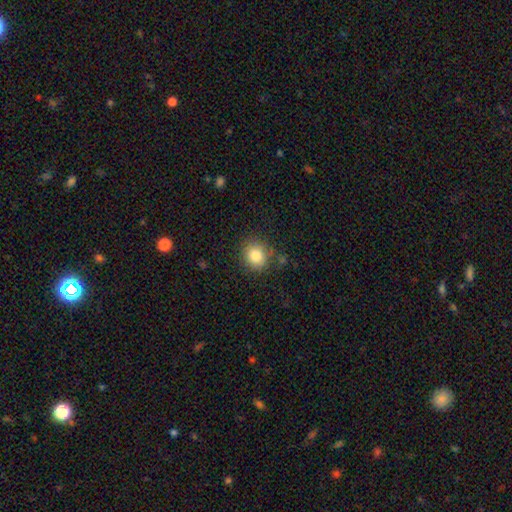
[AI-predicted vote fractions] Smooth or featured? smooth (83%)
How rounded? round (82%)
Merging? none (81%)